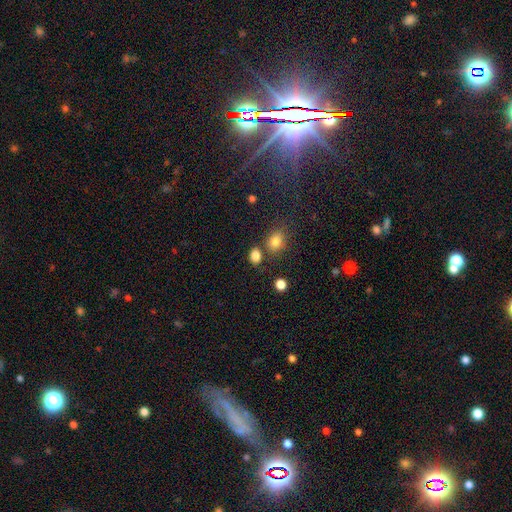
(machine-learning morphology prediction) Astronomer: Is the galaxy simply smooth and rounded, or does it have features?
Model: smooth — 83%.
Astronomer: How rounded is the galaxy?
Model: in between — 55% (runner-up: round, 44%).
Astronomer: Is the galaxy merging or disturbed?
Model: none — 69%.